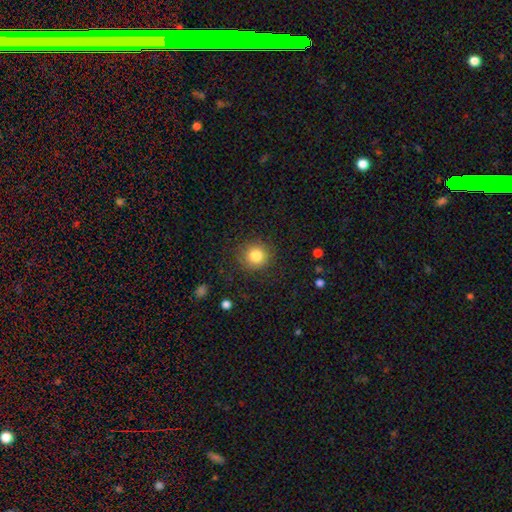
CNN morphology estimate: This is clearly a smooth galaxy (82%). How rounded: clearly round (92%). Merging: clearly none (87%).